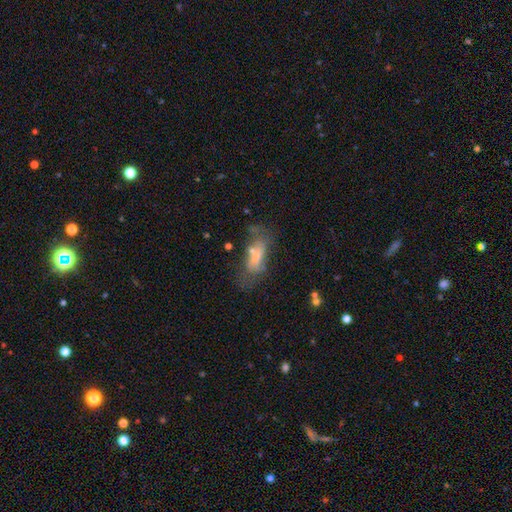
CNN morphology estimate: Q: Smooth or featured?
A: smooth (58%); runner-up: featured or disk (31%)
Q: How rounded?
A: in between (68%); runner-up: cigar-shaped (29%)
Q: Merging?
A: none (38%); runner-up: major disturbance (25%)